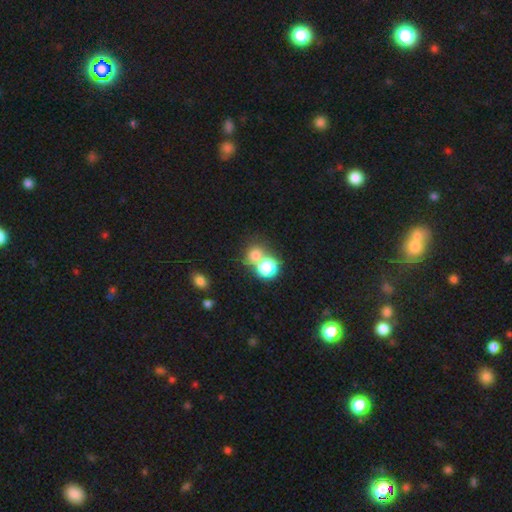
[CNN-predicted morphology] smooth-or-featured: smooth: 73% | star or artifact: 16% | featured or disk: 10%
  how-rounded: round: 73% | in between: 26% | cigar-shaped: 1%
  merging: merger: 49% | none: 39% | minor disturbance: 7% | major disturbance: 4%